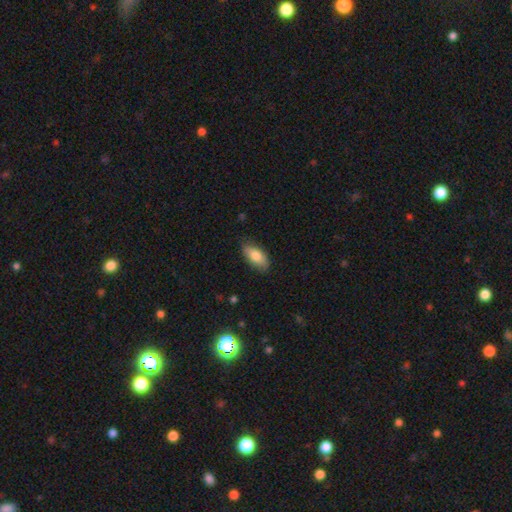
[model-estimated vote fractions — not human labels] Smooth or featured? smooth (78%)
How rounded? in between (88%)
Merging? none (80%)